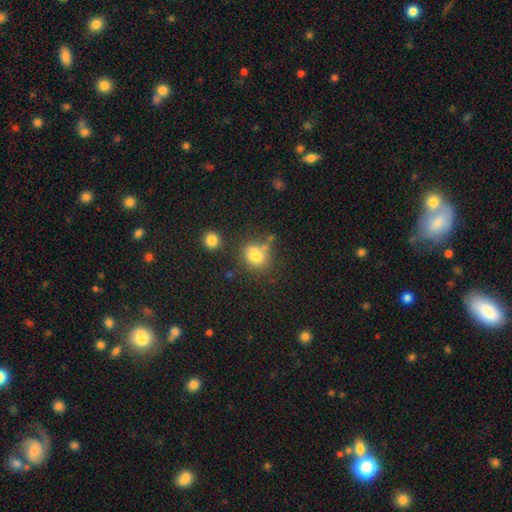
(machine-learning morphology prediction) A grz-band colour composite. It shows a smooth galaxy with no disk features (72%) that is round (71%). Merging: none (51%).